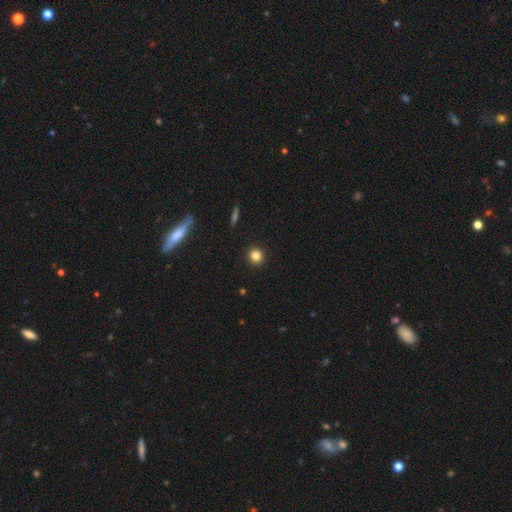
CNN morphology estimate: smooth_or_featured: smooth (p=0.83) [alt: star or artifact p=0.12]
how_rounded: round (p=0.93) [alt: in between p=0.06]
merging: none (p=0.93) [alt: minor disturbance p=0.04]